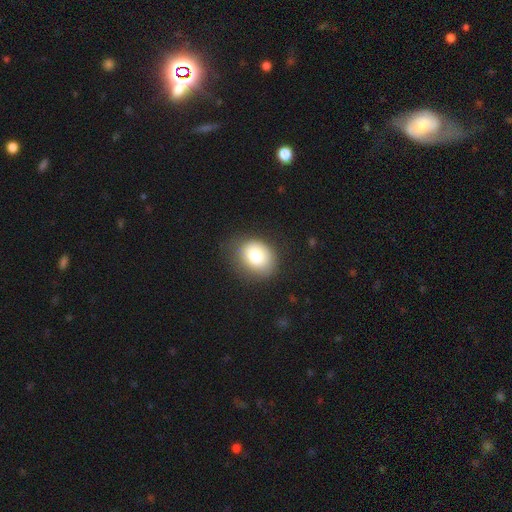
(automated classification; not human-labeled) Morphology: type=smooth (80%); roundness=in between (50%); merging=none (72%).